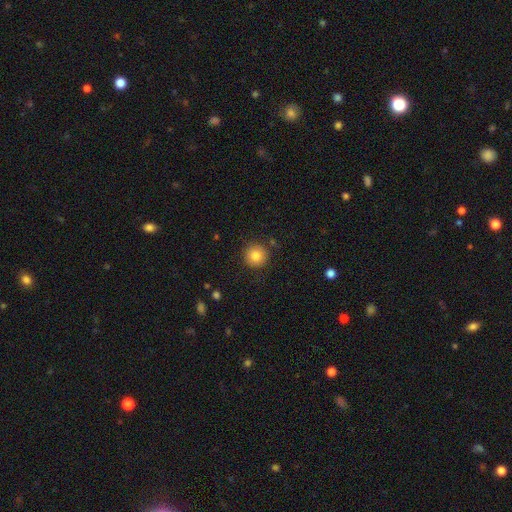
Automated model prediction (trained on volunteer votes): smooth_or_featured: smooth (p=0.83) [alt: star or artifact p=0.10]
how_rounded: round (p=0.94) [alt: in between p=0.05]
merging: none (p=0.88) [alt: minor disturbance p=0.08]